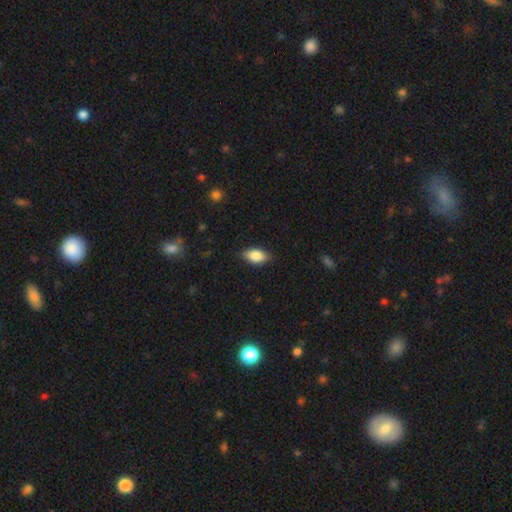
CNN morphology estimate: Smooth or featured? smooth (79%)
How rounded? in between (88%)
Merging? none (83%)